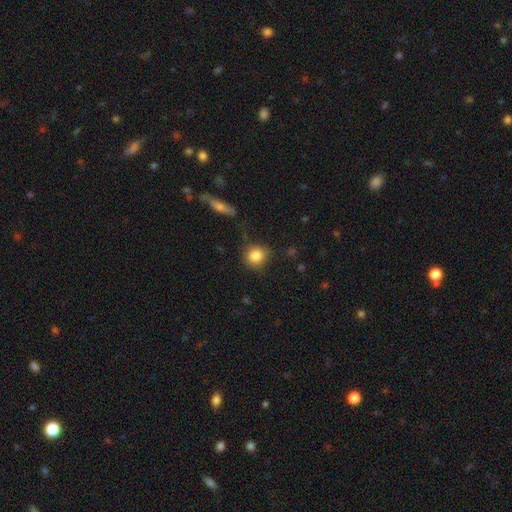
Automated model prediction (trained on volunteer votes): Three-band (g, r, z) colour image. It shows a smooth galaxy with no disk features (84%) that is round (84%). Merging: none (77%).